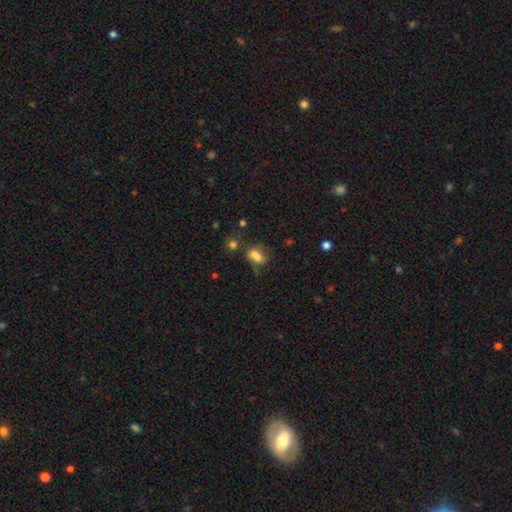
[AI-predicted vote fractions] A smooth galaxy with no disk features (68%) that is in between round and cigar-shaped (70%). Merging: merger (40%).